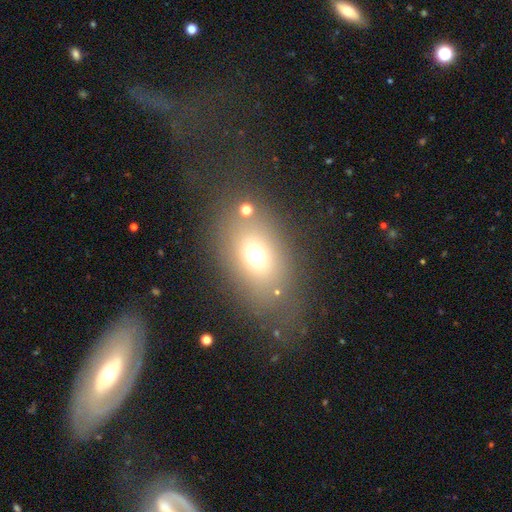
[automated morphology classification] Q: Smooth or featured?
A: smooth (66%); runner-up: star or artifact (18%)
Q: How rounded?
A: in between (69%); runner-up: round (29%)
Q: Merging?
A: none (70%); runner-up: minor disturbance (12%)